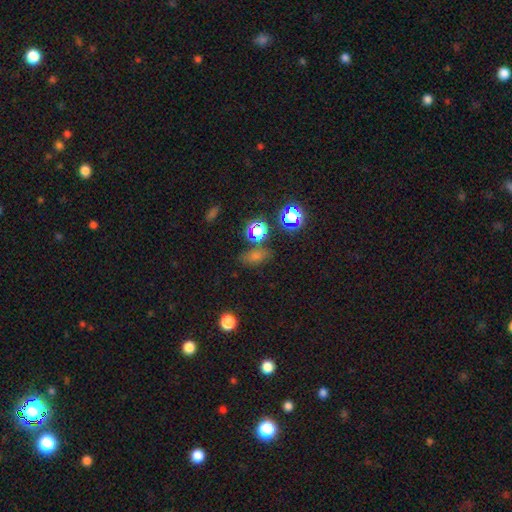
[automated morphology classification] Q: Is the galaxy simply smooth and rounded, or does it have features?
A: smooth — 53%.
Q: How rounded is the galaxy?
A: in between — 67%.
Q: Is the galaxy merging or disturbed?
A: none — 74%.